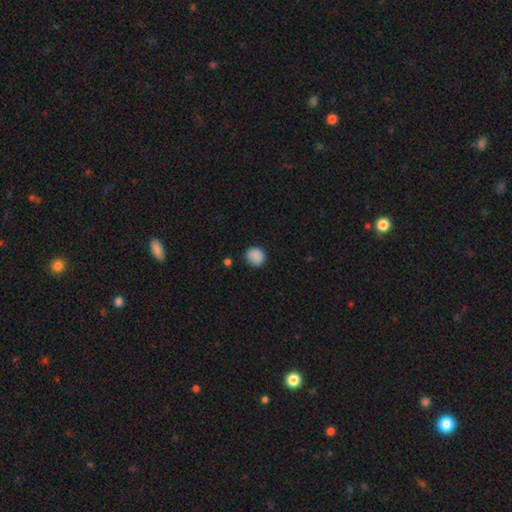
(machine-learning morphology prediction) Smooth or featured?
  - smooth: 87% *
  - star or artifact: 9%
  - featured or disk: 4%
How rounded?
  - round: 76% *
  - in between: 23%
  - cigar-shaped: 1%
Merging?
  - none: 80% *
  - minor disturbance: 15%
  - major disturbance: 3%
  - merger: 2%